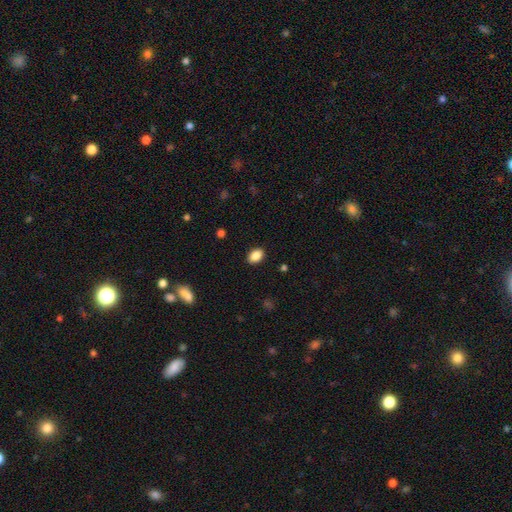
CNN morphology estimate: Smooth or featured? Predicted: smooth (p=0.88). How rounded? Predicted: in between (p=0.84). Merging? Predicted: none (p=0.89).